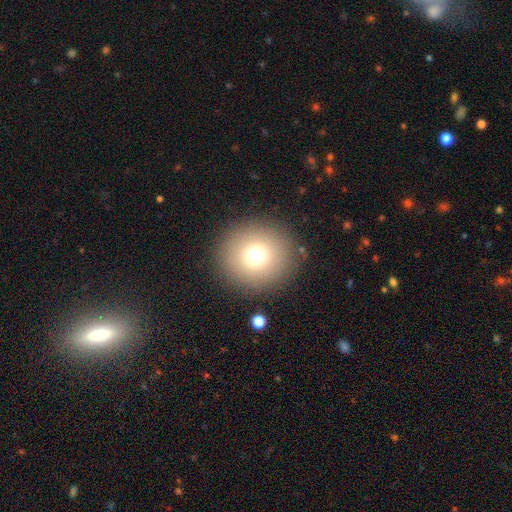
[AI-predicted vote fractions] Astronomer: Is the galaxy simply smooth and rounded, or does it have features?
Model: smooth — 71%.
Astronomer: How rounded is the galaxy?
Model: round — 93%.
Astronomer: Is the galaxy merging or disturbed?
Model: none — 89%.